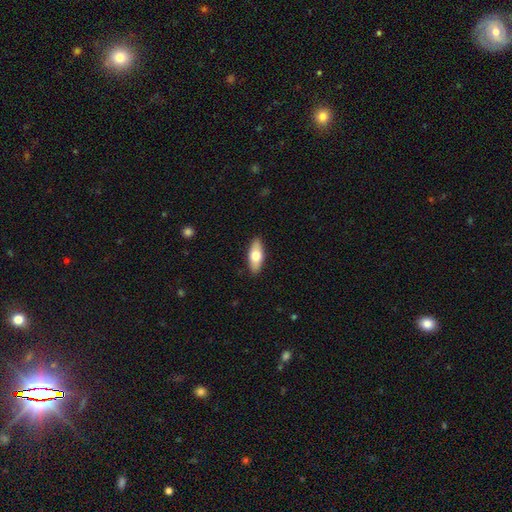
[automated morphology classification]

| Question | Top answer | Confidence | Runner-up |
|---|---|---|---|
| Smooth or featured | smooth | 66% | featured or disk (29%) |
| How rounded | in between | 78% | cigar-shaped (19%) |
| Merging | none | 89% | minor disturbance (8%) |